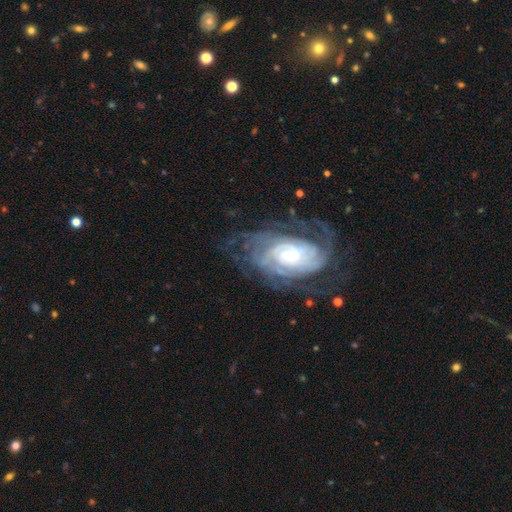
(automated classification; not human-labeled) A featured or disk galaxy (69%) with no bar (66%), tight (64%) spiral arms (84%) and a moderate central bulge (52%).

Vote fractions:
- Smooth or featured? featured or disk: 69% / smooth: 16% / star or artifact: 14%
- Edge-on disk? no: 93% / yes: 7%
- Bar? no: 66% / weak: 26% / strong: 9%
- Spiral arms? yes: 84% / no: 16%
- Spiral winding? tight: 64% / medium: 26% / loose: 10%
- Spiral arm count? can't tell: 52% / 2: 19% / 3: 10% / 1: 7% / 4: 7% / more than 4: 6%
- Bulge size? moderate: 52% / small: 28% / large: 15% / dominant: 3% / none: 3%
- Merging? none: 67% / minor disturbance: 18% / major disturbance: 12% / merger: 2%